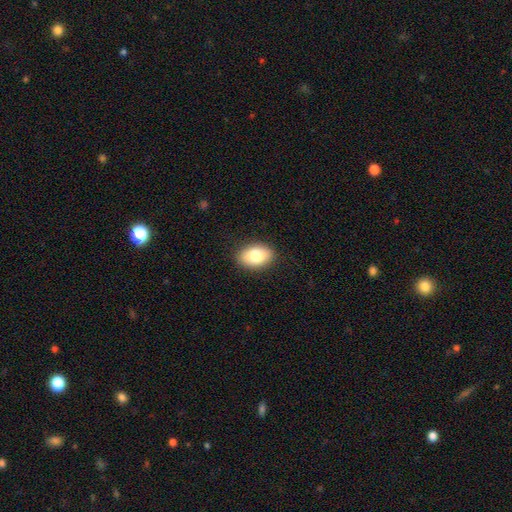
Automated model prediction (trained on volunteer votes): smooth-or-featured: smooth: 82% | featured or disk: 11% | star or artifact: 7%
  how-rounded: in between: 86% | round: 12% | cigar-shaped: 1%
  merging: none: 88% | minor disturbance: 8% | major disturbance: 2% | merger: 1%